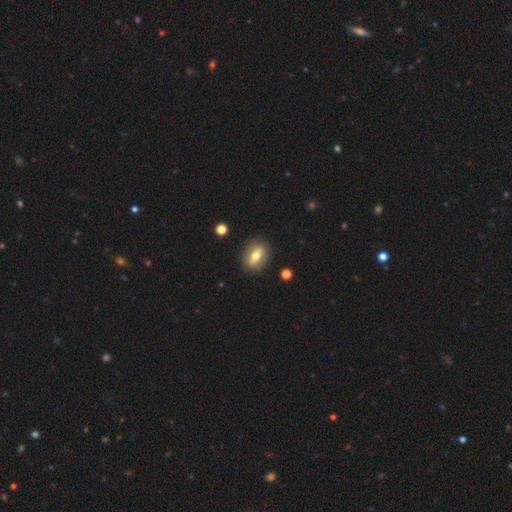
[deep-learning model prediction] Smooth or featured? Predicted: smooth (p=0.54). How rounded? Predicted: in between (p=0.66). Merging? Predicted: none (p=0.87).